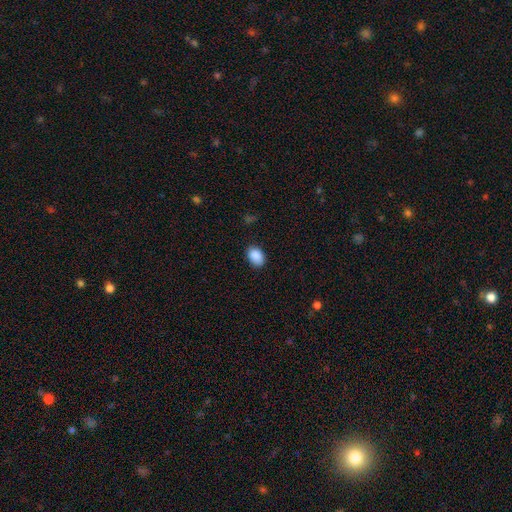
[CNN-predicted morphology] This is clearly a smooth galaxy (89%). How rounded: clearly in between (80%). Merging: clearly none (83%).